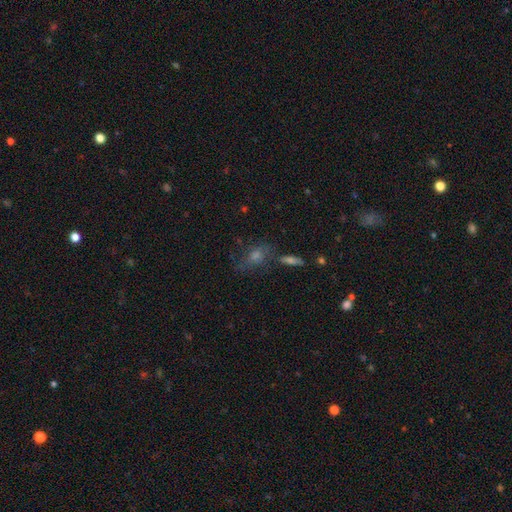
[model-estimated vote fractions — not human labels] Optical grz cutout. It shows a smooth galaxy with no disk features (45%). Merging: none (60%).